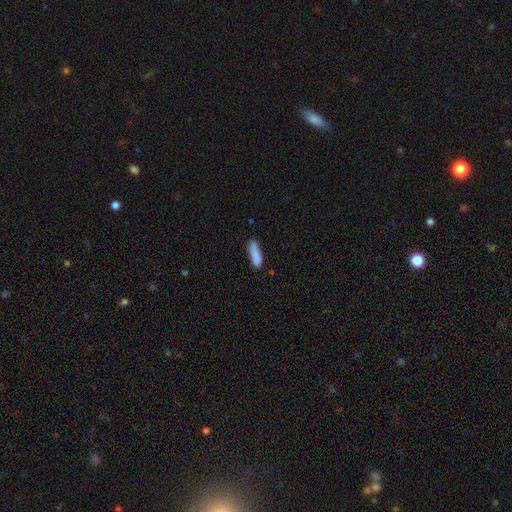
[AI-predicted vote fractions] A smooth galaxy with no disk features (82%) that is cigar-shaped (67%). Merging: none (61%).